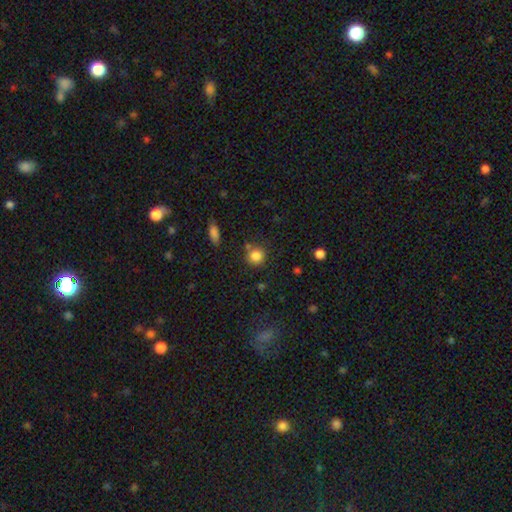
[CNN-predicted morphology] A smooth galaxy with no disk features (84%) that is round (89%).

Vote fractions:
- Smooth or featured? smooth: 84% / star or artifact: 11% / featured or disk: 5%
- How rounded? round: 89% / in between: 10% / cigar-shaped: 1%
- Merging? none: 74% / minor disturbance: 12% / merger: 11% / major disturbance: 4%